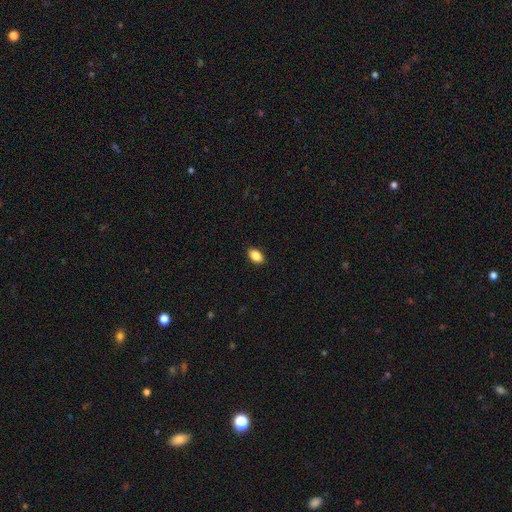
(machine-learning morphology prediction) type=smooth (87%); roundness=in between (91%); merging=none (90%).